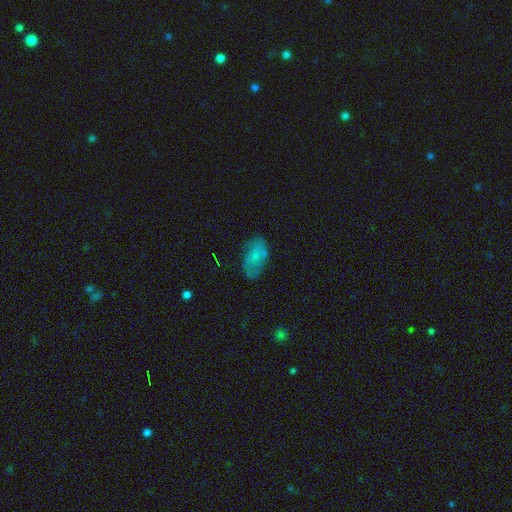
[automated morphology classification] This appears to be a smooth galaxy with no disk features (53%) that is in between round and cigar-shaped (92%). Merging: none (69%).